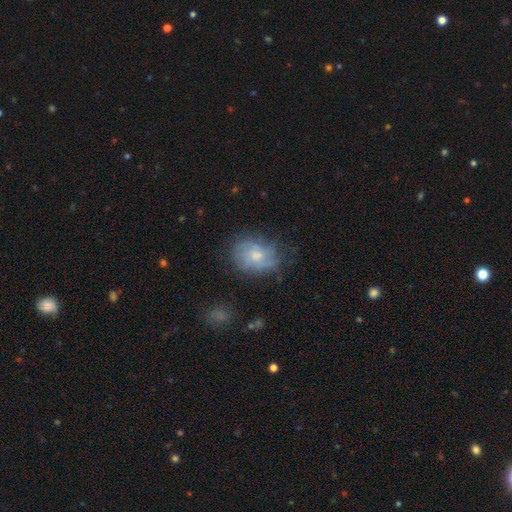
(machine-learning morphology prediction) smooth_or_featured: featured or disk (p=0.48) [alt: smooth p=0.43]
merging: none (p=0.61) [alt: minor disturbance p=0.25]